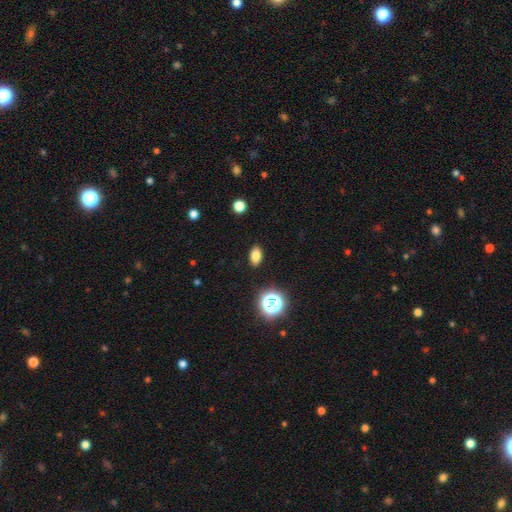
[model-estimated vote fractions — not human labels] smooth-or-featured: smooth: 79% | star or artifact: 14% | featured or disk: 7%
  how-rounded: in between: 87% | round: 9% | cigar-shaped: 3%
  merging: none: 89% | minor disturbance: 8% | major disturbance: 2% | merger: 1%